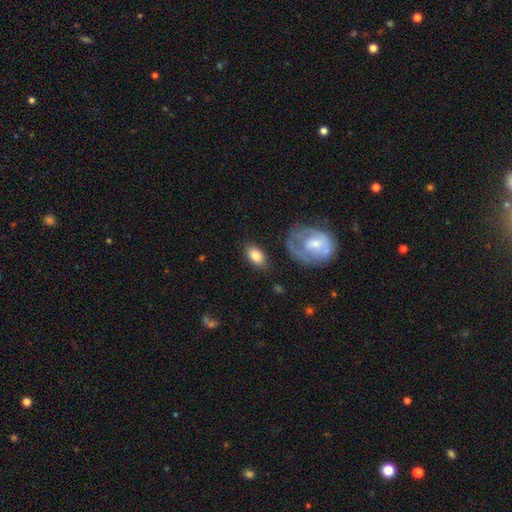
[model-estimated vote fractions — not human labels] smooth_or_featured: smooth (p=0.79) [alt: featured or disk p=0.15]
how_rounded: in between (p=0.90) [alt: round p=0.08]
merging: none (p=0.79) [alt: minor disturbance p=0.13]